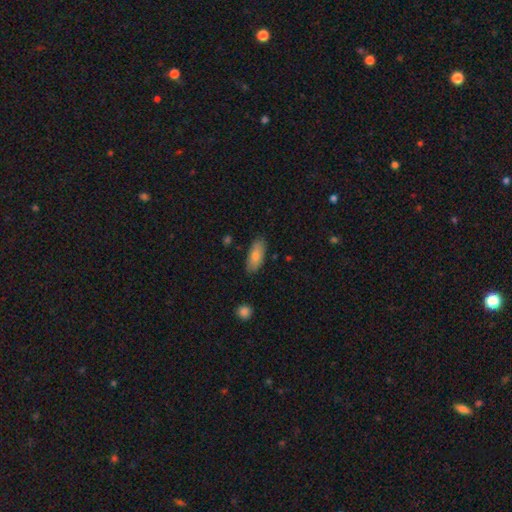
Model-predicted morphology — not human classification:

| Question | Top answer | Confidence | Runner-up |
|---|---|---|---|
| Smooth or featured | smooth | 79% | featured or disk (15%) |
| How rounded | in between | 84% | cigar-shaped (14%) |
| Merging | none | 83% | minor disturbance (13%) |